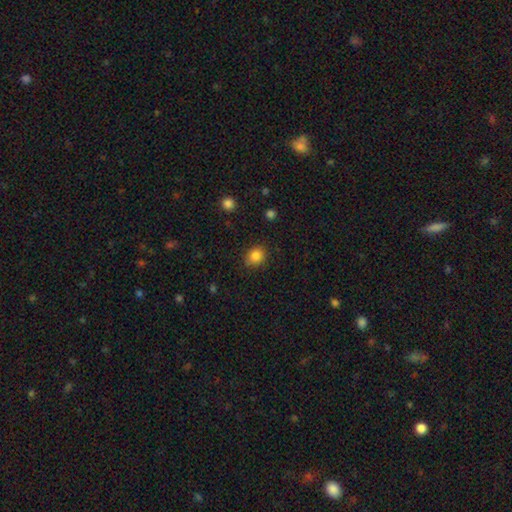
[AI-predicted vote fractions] A smooth galaxy with no disk features (85%) that is round (71%). Merging: none (81%).